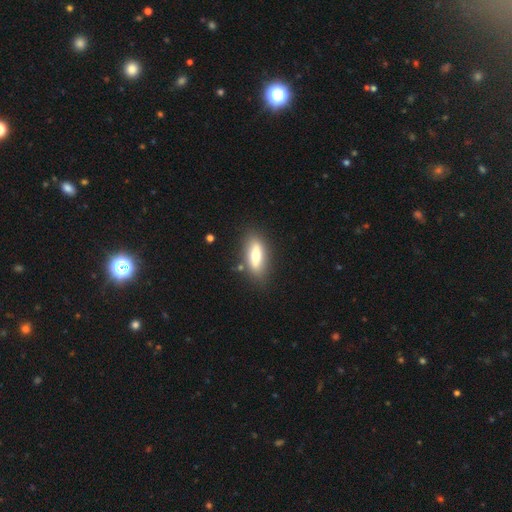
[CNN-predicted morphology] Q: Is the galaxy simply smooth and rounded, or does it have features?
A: smooth — 61%.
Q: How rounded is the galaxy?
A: in between — 66%.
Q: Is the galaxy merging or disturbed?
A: none — 82%.